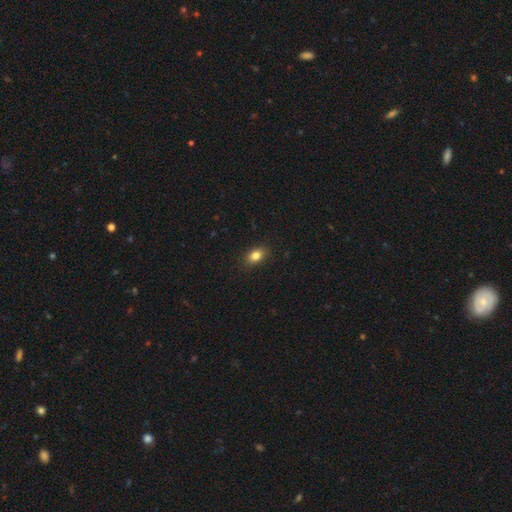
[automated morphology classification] Smooth or featured? Predicted: smooth (p=0.83). How rounded? Predicted: in between (p=0.78). Merging? Predicted: none (p=0.88).